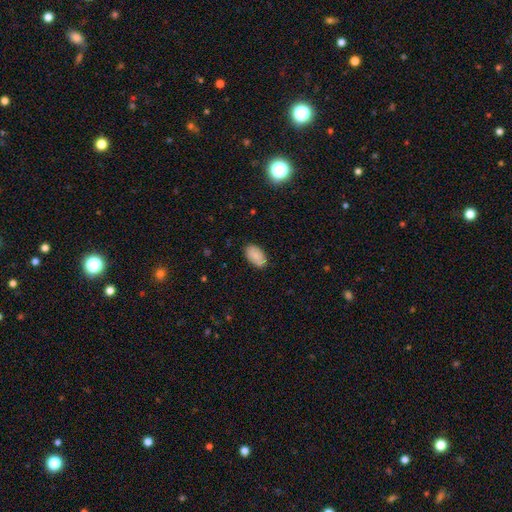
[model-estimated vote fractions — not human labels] Smooth or featured? smooth (82%)
How rounded? in between (94%)
Merging? none (83%)